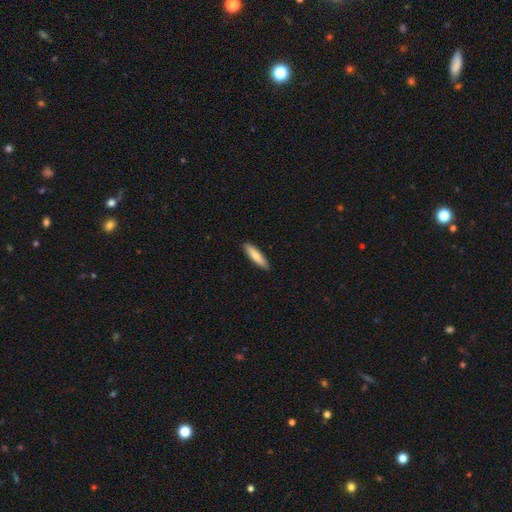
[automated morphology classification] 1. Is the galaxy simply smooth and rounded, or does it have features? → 78% smooth, 16% featured or disk, 5% star or artifact.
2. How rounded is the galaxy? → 71% cigar-shaped, 27% in between, 1% round.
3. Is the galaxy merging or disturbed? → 89% none, 8% minor disturbance, 1% major disturbance, 1% merger.